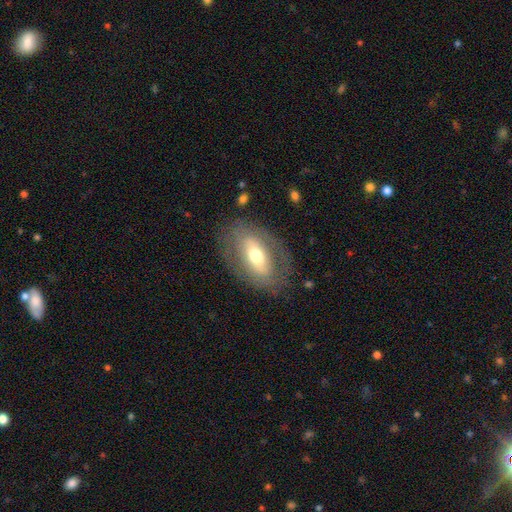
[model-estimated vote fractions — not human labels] The model was most divided on "smooth or featured": featured or disk: 52%, smooth: 41%, star or artifact: 7%. More confident: edge-on disk — no (84%); merging — none (77%).